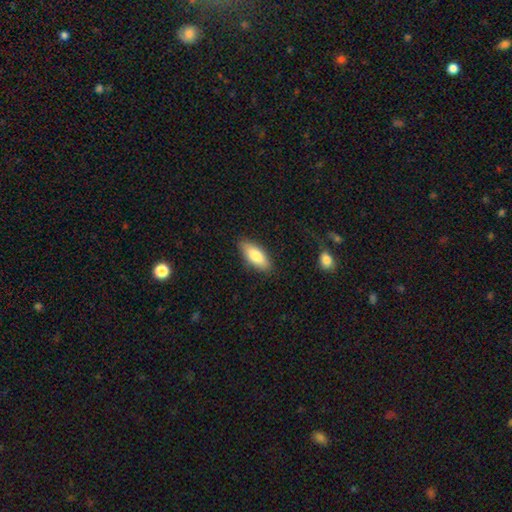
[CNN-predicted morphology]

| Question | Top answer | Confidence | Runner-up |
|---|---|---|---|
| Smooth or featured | smooth | 81% | featured or disk (13%) |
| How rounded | in between | 78% | cigar-shaped (20%) |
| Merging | none | 85% | minor disturbance (12%) |